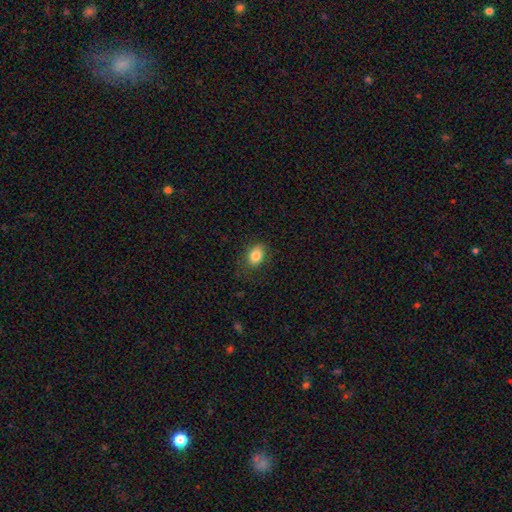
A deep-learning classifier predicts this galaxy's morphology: smooth_or_featured: smooth (p=0.83) [alt: star or artifact p=0.09]
how_rounded: in between (p=0.75) [alt: round p=0.24]
merging: none (p=0.78) [alt: minor disturbance p=0.16]